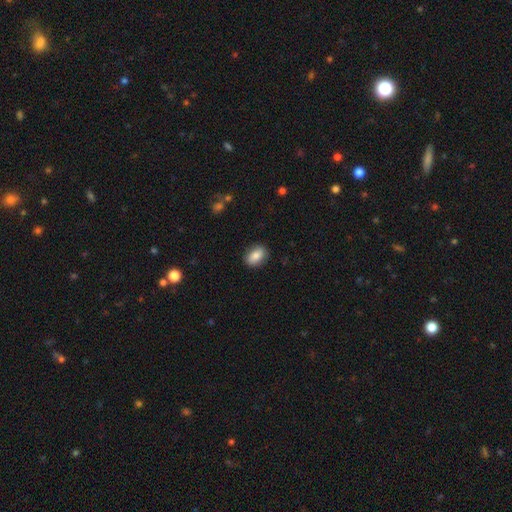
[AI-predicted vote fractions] smooth 82%, featured or disk 11%, star or artifact 7%. Down the decision tree: how rounded — in between (83%); merging — none (86%).